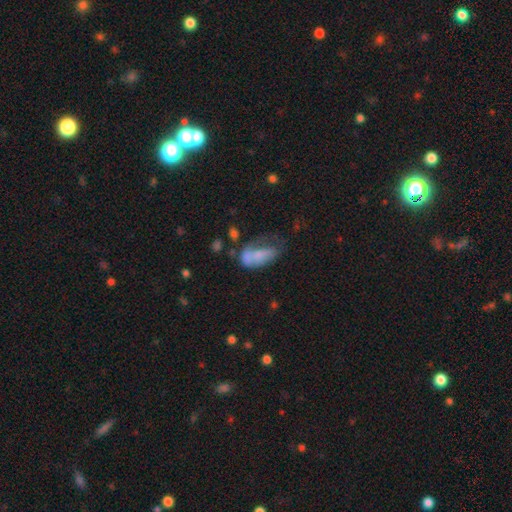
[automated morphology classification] Overall: smooth (61%; featured or disk 30%). How rounded: in between (86%). Merging: major disturbance (43%; minor disturbance 24%).